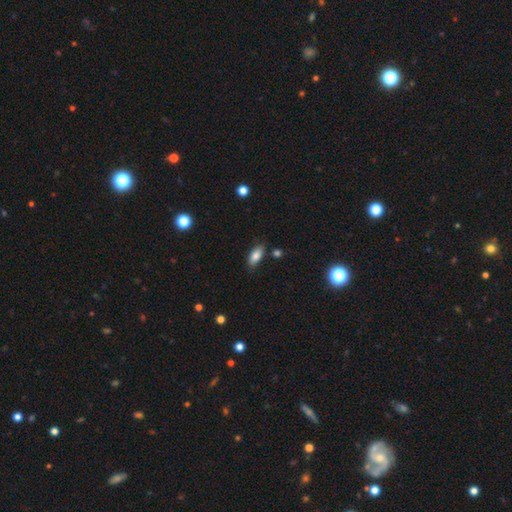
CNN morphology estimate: Smooth or featured?
  - smooth: 82% *
  - featured or disk: 10%
  - star or artifact: 8%
How rounded?
  - in between: 86% *
  - cigar-shaped: 11%
  - round: 3%
Merging?
  - none: 80% *
  - minor disturbance: 14%
  - merger: 3%
  - major disturbance: 3%